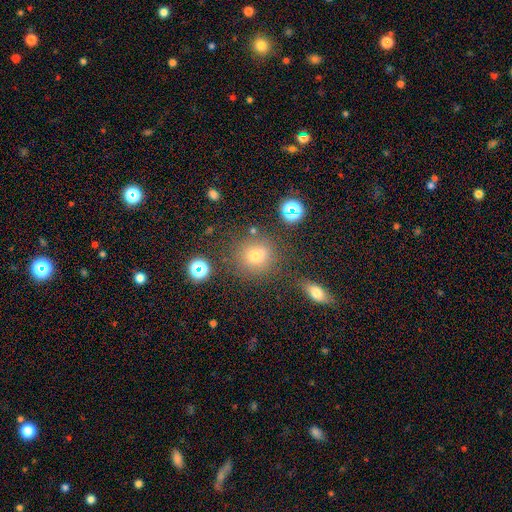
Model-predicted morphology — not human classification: smooth_or_featured: smooth (p=0.68) [alt: star or artifact p=0.20]
how_rounded: round (p=0.89) [alt: in between p=0.10]
merging: none (p=0.79) [alt: minor disturbance p=0.10]